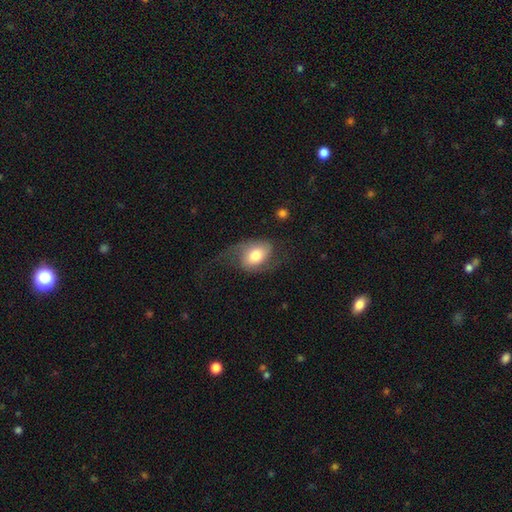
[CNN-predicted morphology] A smooth galaxy with no disk features (50%). Merging: none (43%).